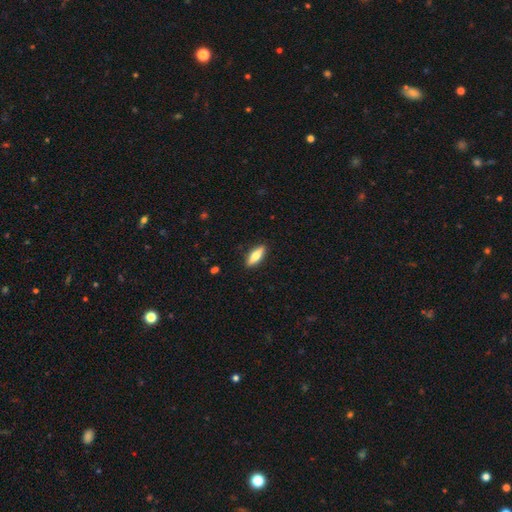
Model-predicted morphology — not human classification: This is likely a smooth galaxy (69%). How rounded: possibly in between (53%). Merging: clearly none (89%).